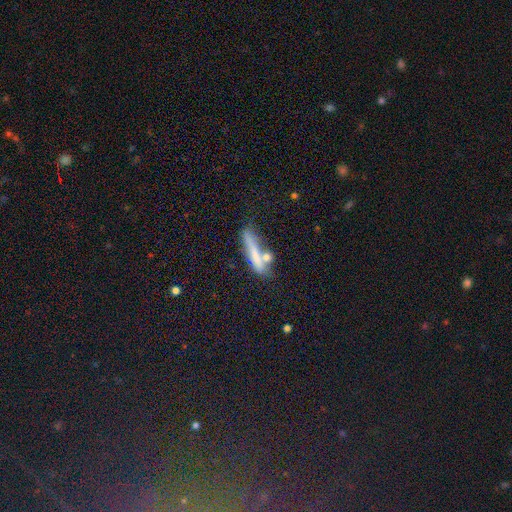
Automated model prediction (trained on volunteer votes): Q: Smooth or featured?
A: smooth (63%); runner-up: featured or disk (28%)
Q: How rounded?
A: cigar-shaped (84%); runner-up: in between (12%)
Q: Merging?
A: none (58%); runner-up: merger (18%)